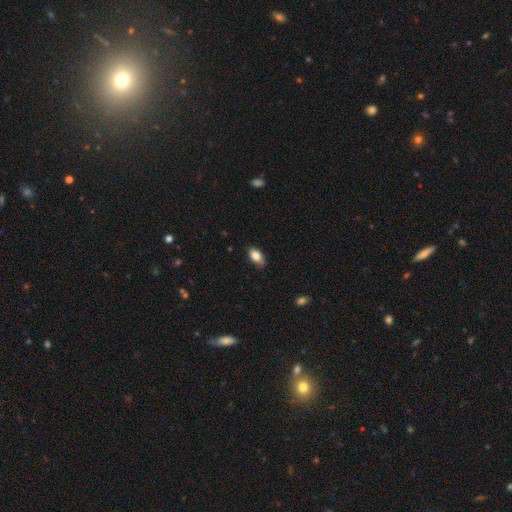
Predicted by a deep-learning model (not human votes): Overall: smooth (83%). How rounded: in between (91%). Merging: none (79%).